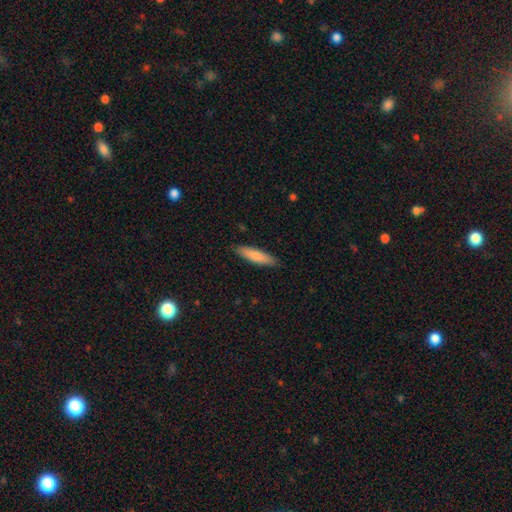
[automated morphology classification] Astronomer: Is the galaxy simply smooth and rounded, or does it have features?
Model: smooth — 80%.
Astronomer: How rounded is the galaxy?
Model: cigar-shaped — 78%.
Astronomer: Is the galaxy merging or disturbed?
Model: none — 88%.